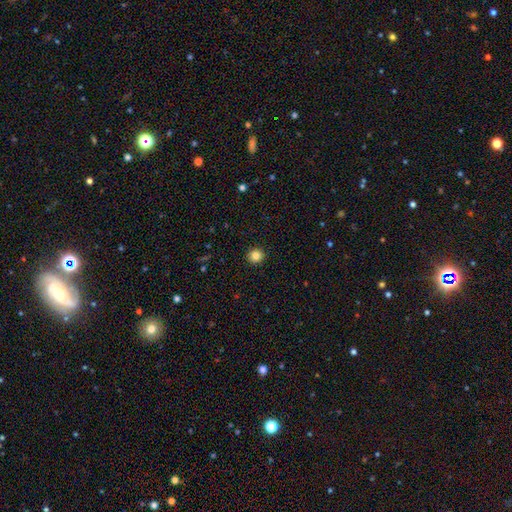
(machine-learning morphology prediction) This appears to be a smooth galaxy with no disk features (84%) that is round (91%). Merging: none (93%).